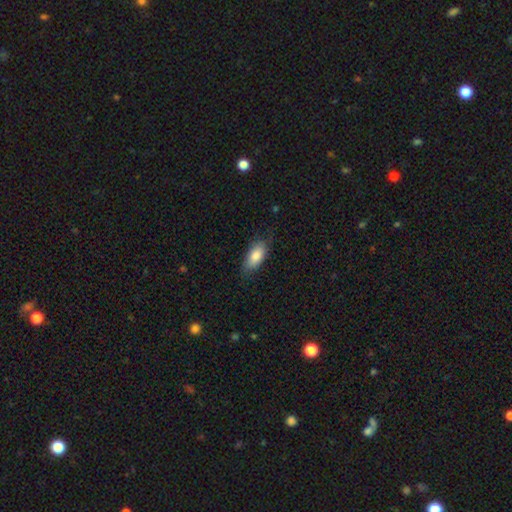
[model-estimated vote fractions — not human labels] smooth-or-featured: smooth: 82% | featured or disk: 12% | star or artifact: 6%
  how-rounded: in between: 88% | cigar-shaped: 10% | round: 3%
  merging: none: 74% | minor disturbance: 20% | major disturbance: 5% | merger: 1%